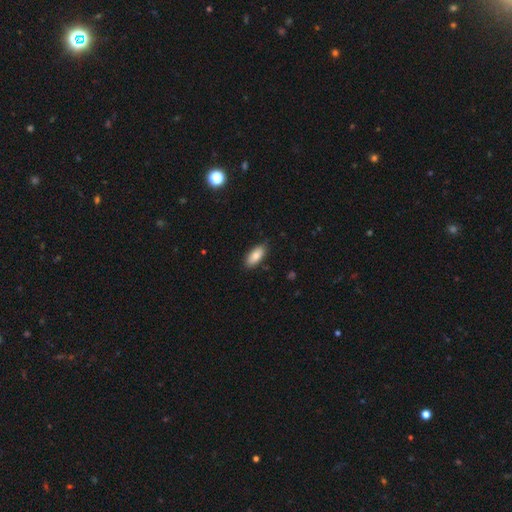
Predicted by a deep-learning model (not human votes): Overall: smooth (83%). How rounded: in between (87%). Merging: none (85%).